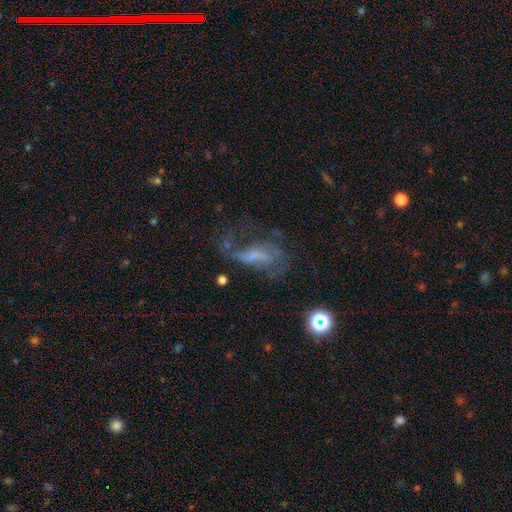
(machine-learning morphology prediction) Q: Smooth or featured?
A: featured or disk (58%); runner-up: smooth (24%)
Q: Edge-on disk?
A: no (92%); runner-up: yes (8%)
Q: Bar?
A: no (43%); runner-up: weak (35%)
Q: Spiral arms?
A: yes (59%); runner-up: no (41%)
Q: Bulge size?
A: none (51%); runner-up: small (26%)
Q: Merging?
A: major disturbance (45%); runner-up: none (32%)